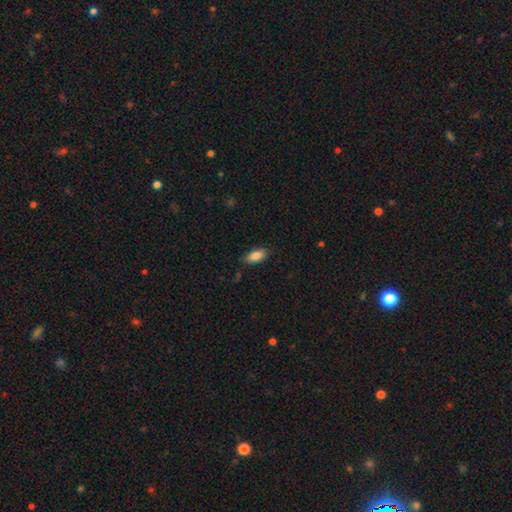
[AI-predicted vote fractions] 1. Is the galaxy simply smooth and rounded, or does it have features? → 86% smooth, 7% star or artifact, 7% featured or disk.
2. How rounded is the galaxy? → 89% in between, 8% cigar-shaped, 3% round.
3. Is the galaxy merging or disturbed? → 83% none, 13% minor disturbance, 3% major disturbance, 1% merger.